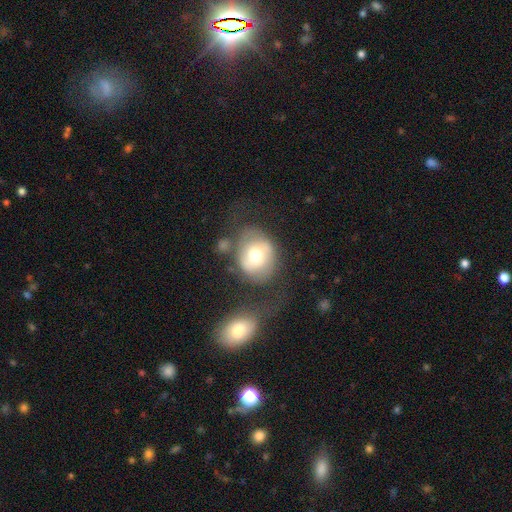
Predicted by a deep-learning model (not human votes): Smooth or featured: smooth — 53% (featured or disk — 39%)
How rounded: round — 53% (in between — 46%)
Merging: none — 49% (minor disturbance — 20%)